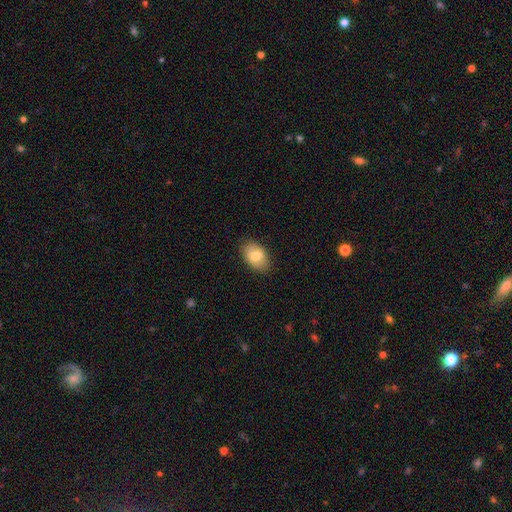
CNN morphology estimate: The model was most divided on "smooth or featured": smooth: 77%, featured or disk: 16%, star or artifact: 7%. More confident: how rounded — in between (87%); merging — none (85%).